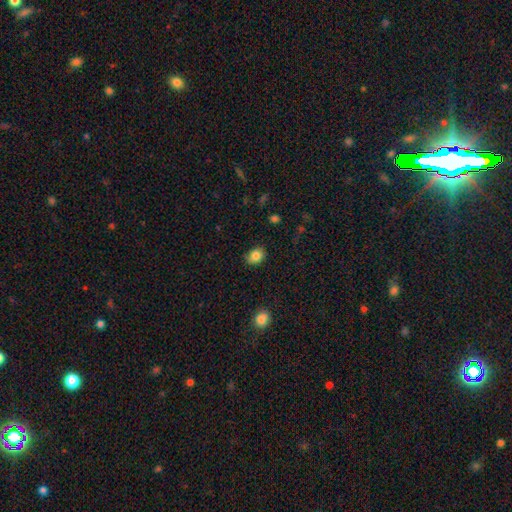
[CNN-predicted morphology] Smooth or featured? Predicted: smooth (p=0.84). How rounded? Predicted: round (p=0.60). Merging? Predicted: none (p=0.80).